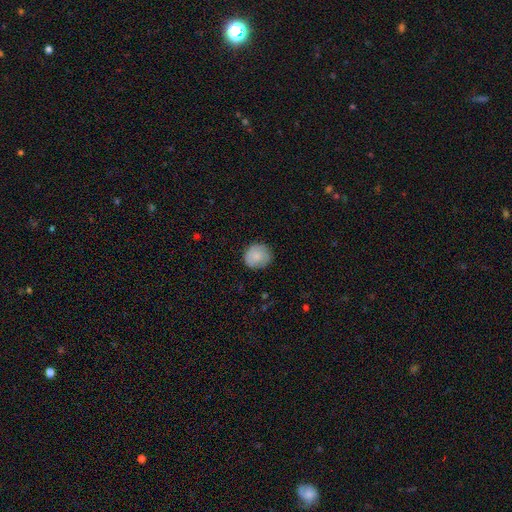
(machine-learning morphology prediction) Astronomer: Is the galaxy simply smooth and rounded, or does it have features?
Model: smooth — 82%.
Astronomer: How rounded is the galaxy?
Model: round — 87%.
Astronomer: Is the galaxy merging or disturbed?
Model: none — 84%.